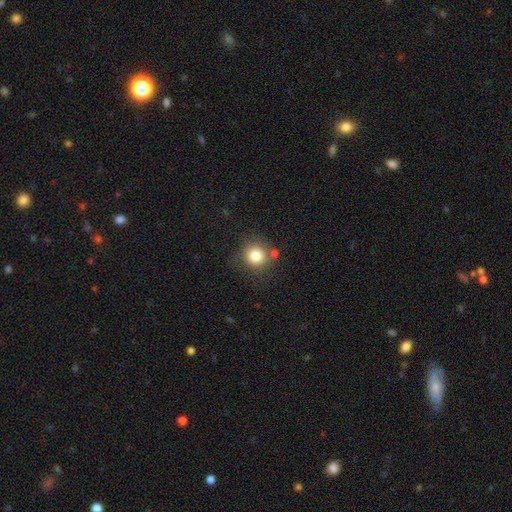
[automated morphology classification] smooth-or-featured: smooth: 81% | star or artifact: 12% | featured or disk: 8%
  how-rounded: round: 91% | in between: 8% | cigar-shaped: 1%
  merging: none: 75% | minor disturbance: 12% | merger: 9% | major disturbance: 4%